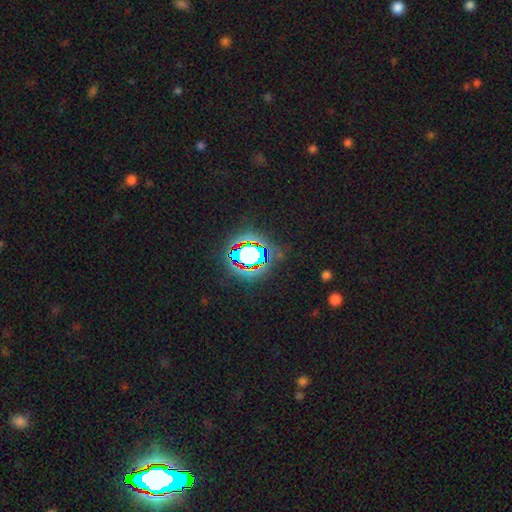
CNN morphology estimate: smooth-or-featured: star or artifact: 82% | smooth: 11% | featured or disk: 7%